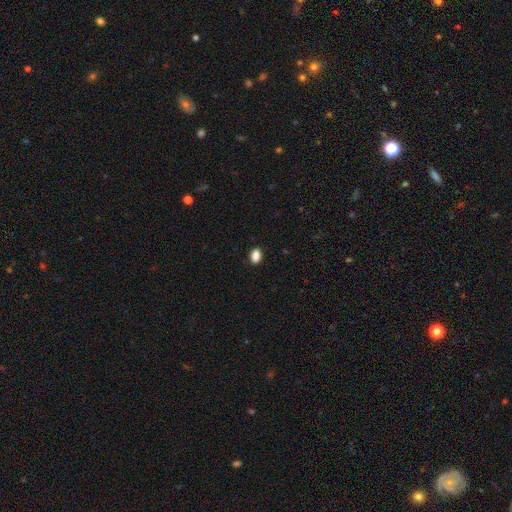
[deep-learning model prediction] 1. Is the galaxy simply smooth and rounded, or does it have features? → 88% smooth, 9% star or artifact, 3% featured or disk.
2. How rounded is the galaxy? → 85% in between, 13% round, 2% cigar-shaped.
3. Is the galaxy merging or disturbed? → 88% none, 9% minor disturbance, 2% major disturbance, 1% merger.